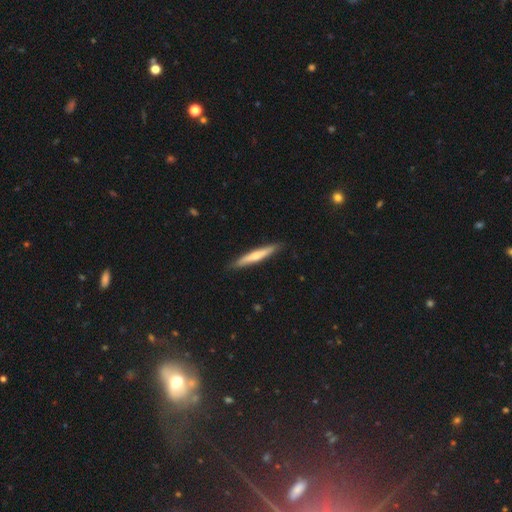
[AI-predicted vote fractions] Smooth or featured? Predicted: featured or disk (p=0.48). Merging? Predicted: none (p=0.89).